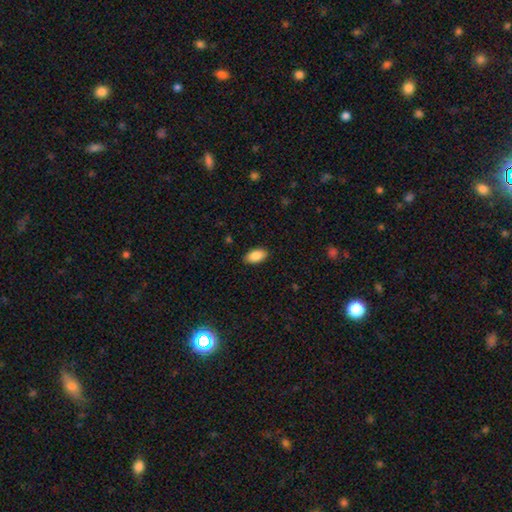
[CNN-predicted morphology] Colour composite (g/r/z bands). It shows a smooth galaxy with no disk features (89%) that is in between round and cigar-shaped (94%). Merging: none (88%).